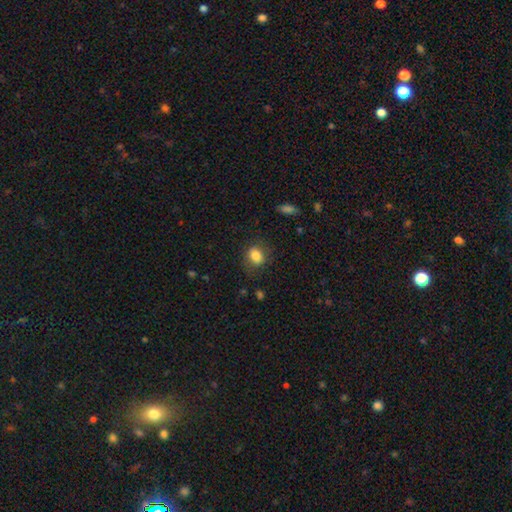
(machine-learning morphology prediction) This is clearly a smooth galaxy (81%). How rounded: possibly in between (53%). Merging: likely none (72%).